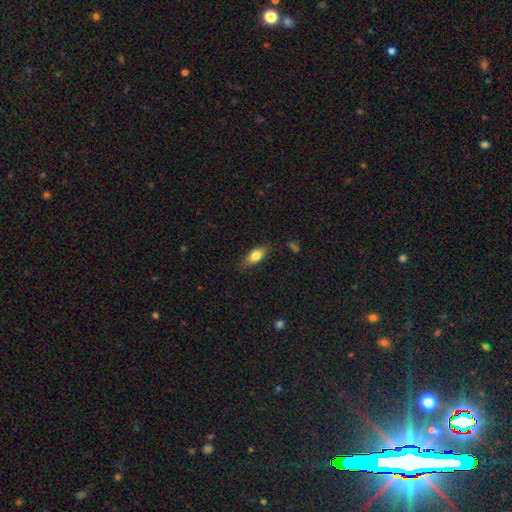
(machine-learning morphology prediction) Smooth or featured?
  - smooth: 80% *
  - featured or disk: 13%
  - star or artifact: 8%
How rounded?
  - in between: 83% *
  - cigar-shaped: 13%
  - round: 4%
Merging?
  - none: 80% *
  - minor disturbance: 15%
  - major disturbance: 4%
  - merger: 1%